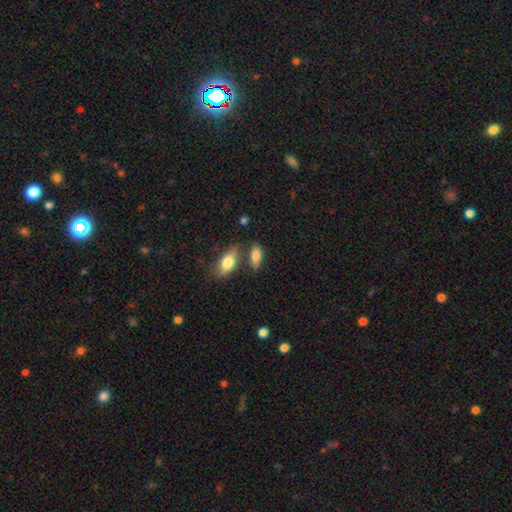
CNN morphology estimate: Q: Smooth or featured?
A: smooth (83%); runner-up: featured or disk (9%)
Q: How rounded?
A: in between (83%); runner-up: cigar-shaped (13%)
Q: Merging?
A: none (63%); runner-up: merger (17%)